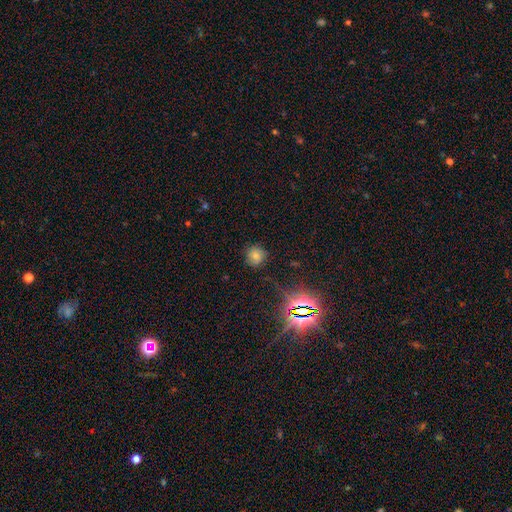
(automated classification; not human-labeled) Q: Smooth or featured?
A: smooth (49%); runner-up: star or artifact (39%)
Q: Merging?
A: none (83%); runner-up: minor disturbance (12%)